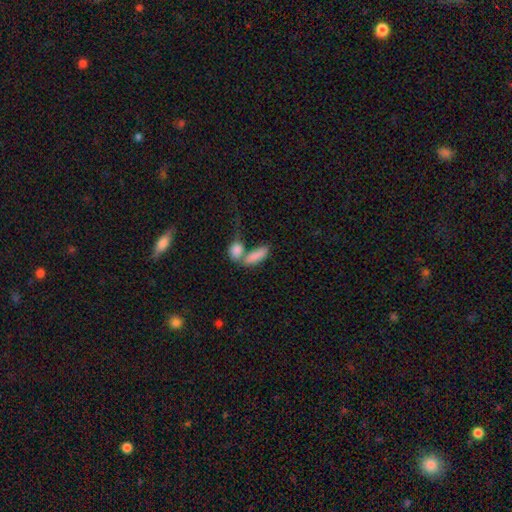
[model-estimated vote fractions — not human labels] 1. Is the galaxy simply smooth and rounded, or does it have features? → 82% smooth, 11% featured or disk, 7% star or artifact.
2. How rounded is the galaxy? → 68% in between, 27% cigar-shaped, 5% round.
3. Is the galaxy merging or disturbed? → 57% merger, 25% none, 9% minor disturbance, 8% major disturbance.